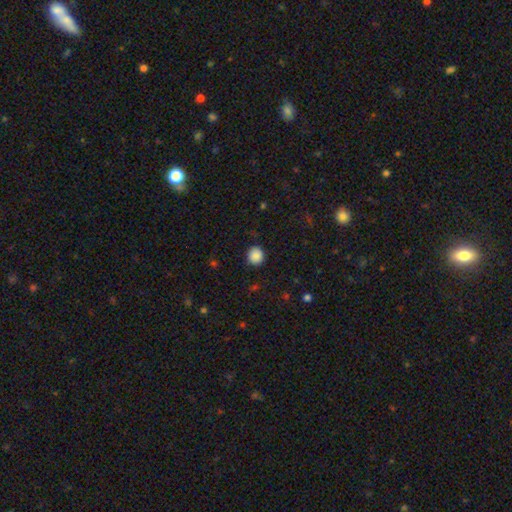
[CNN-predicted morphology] Overall: smooth (87%). How rounded: round (85%). Merging: none (88%).